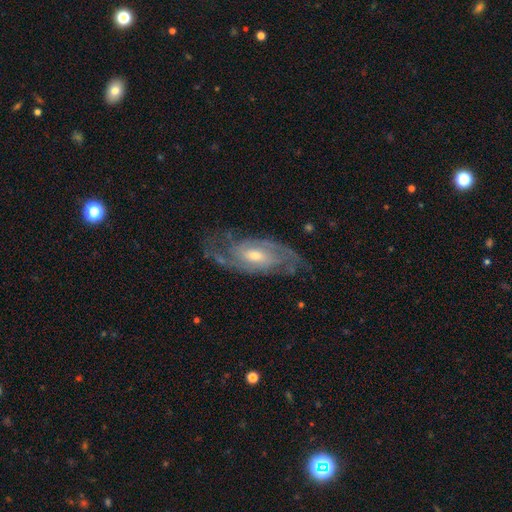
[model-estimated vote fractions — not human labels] Q: Smooth or featured?
A: featured or disk (87%); runner-up: smooth (7%)
Q: Edge-on disk?
A: no (93%); runner-up: yes (7%)
Q: Bar?
A: no (47%); runner-up: weak (43%)
Q: Spiral arms?
A: yes (96%); runner-up: no (4%)
Q: Spiral winding?
A: tight (48%); runner-up: medium (42%)
Q: Spiral arm count?
A: 2 (65%); runner-up: can't tell (17%)
Q: Bulge size?
A: moderate (62%); runner-up: small (31%)
Q: Merging?
A: none (75%); runner-up: minor disturbance (17%)